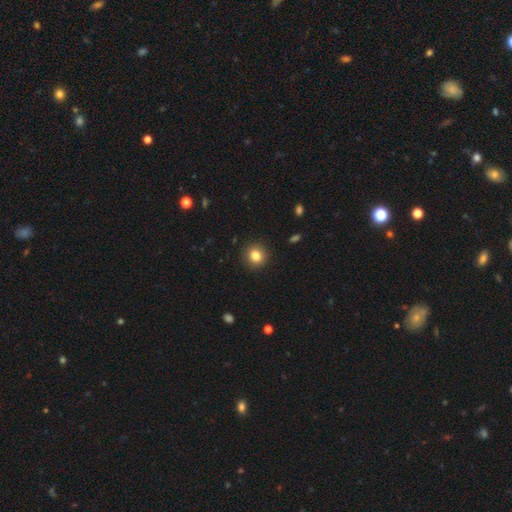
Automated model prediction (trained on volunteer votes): Smooth or featured? Predicted: smooth (p=0.83). How rounded? Predicted: round (p=0.88). Merging? Predicted: none (p=0.91).